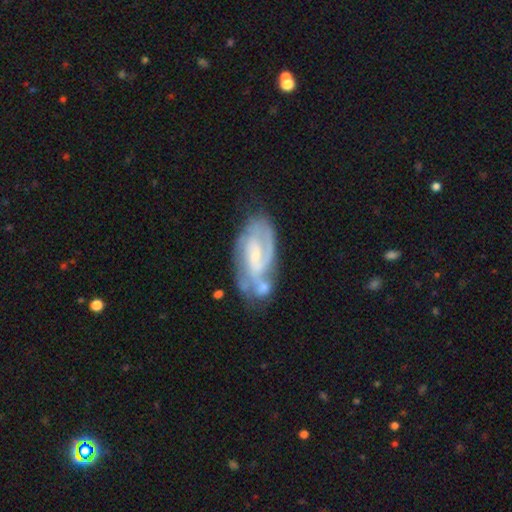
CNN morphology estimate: smooth_or_featured: featured or disk (p=0.81) [alt: smooth p=0.13]
disk_edge_on: no (p=0.95) [alt: yes p=0.05]
bar: weak (p=0.49) [alt: no p=0.33]
has_spiral_arms: yes (p=0.92) [alt: no p=0.08]
spiral_winding: tight (p=0.48) [alt: medium p=0.40]
spiral_arm_count: 2 (p=0.58) [alt: can't tell p=0.21]
bulge_size: small (p=0.60) [alt: moderate p=0.28]
merging: none (p=0.49) [alt: minor disturbance p=0.23]